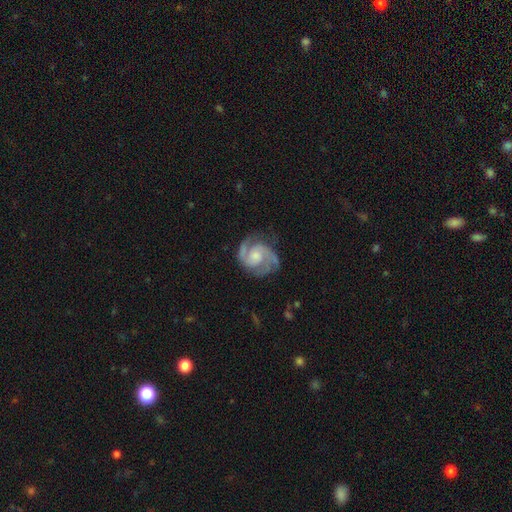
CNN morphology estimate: A featured or disk galaxy (88%) with no bar (61%), 2 (80%) medium (54%) spiral arms (97%) and a moderate central bulge (47%). Merging: none (71%).